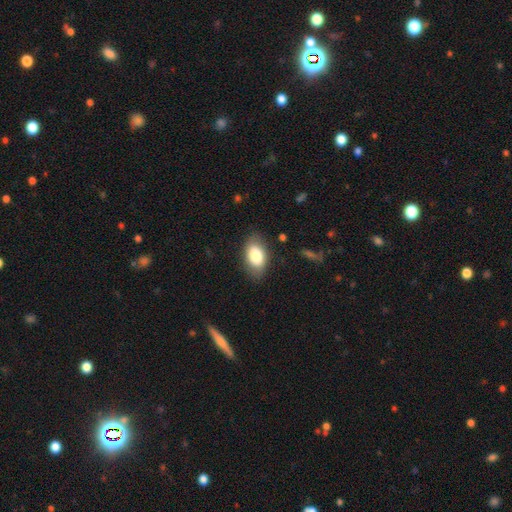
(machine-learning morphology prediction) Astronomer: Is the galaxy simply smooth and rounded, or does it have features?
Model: smooth — 82%.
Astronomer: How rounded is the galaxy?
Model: in between — 93%.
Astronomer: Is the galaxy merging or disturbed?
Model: none — 81%.